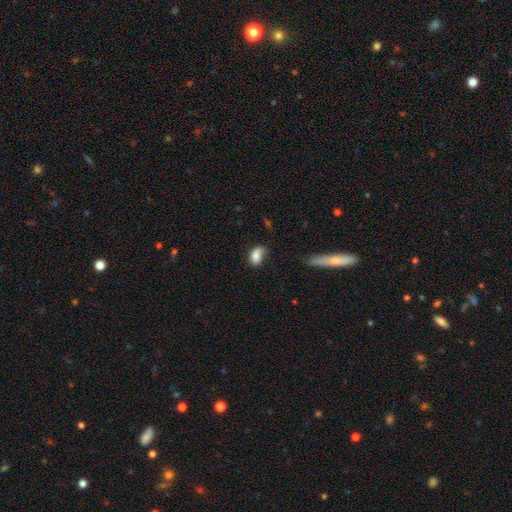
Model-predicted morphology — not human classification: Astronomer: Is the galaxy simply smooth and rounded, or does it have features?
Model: smooth — 81%.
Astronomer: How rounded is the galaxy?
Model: in between — 87%.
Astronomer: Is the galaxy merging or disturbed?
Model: none — 49% (runner-up: minor disturbance, 34%).